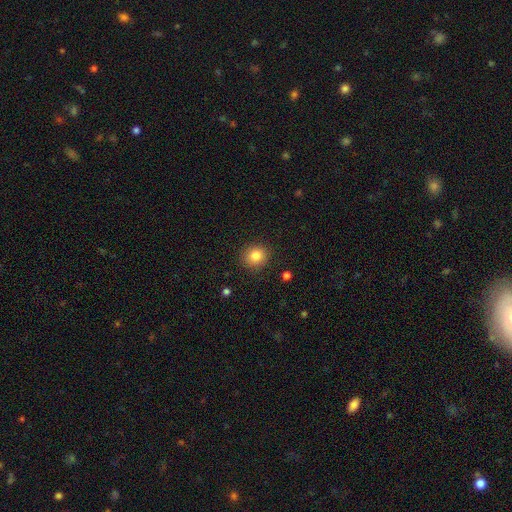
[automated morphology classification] A smooth galaxy with no disk features (83%) that is round (88%).

Vote fractions:
- Smooth or featured? smooth: 83% / star or artifact: 11% / featured or disk: 6%
- How rounded? round: 88% / in between: 11% / cigar-shaped: 1%
- Merging? none: 90% / minor disturbance: 7% / major disturbance: 2% / merger: 1%